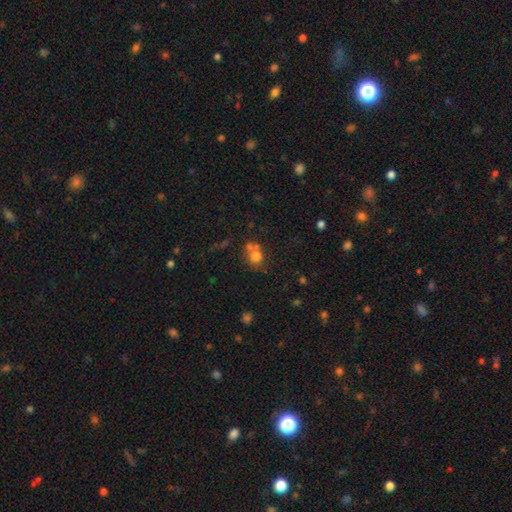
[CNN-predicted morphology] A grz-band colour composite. It shows a smooth galaxy with no disk features (73%) that is round (75%). Merging: none (45%).